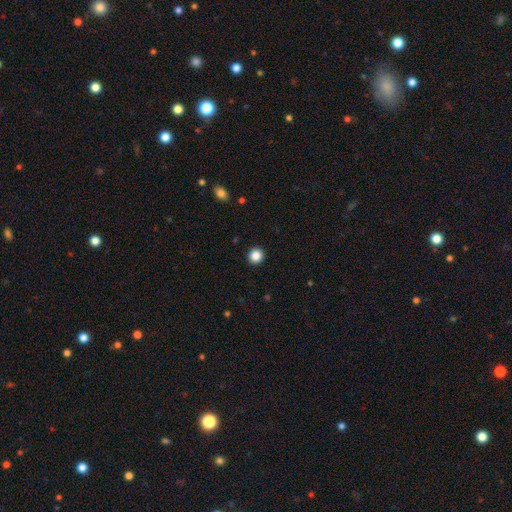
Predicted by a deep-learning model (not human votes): Q: Smooth or featured?
A: smooth (86%); runner-up: star or artifact (10%)
Q: How rounded?
A: round (95%); runner-up: in between (4%)
Q: Merging?
A: none (94%); runner-up: minor disturbance (4%)